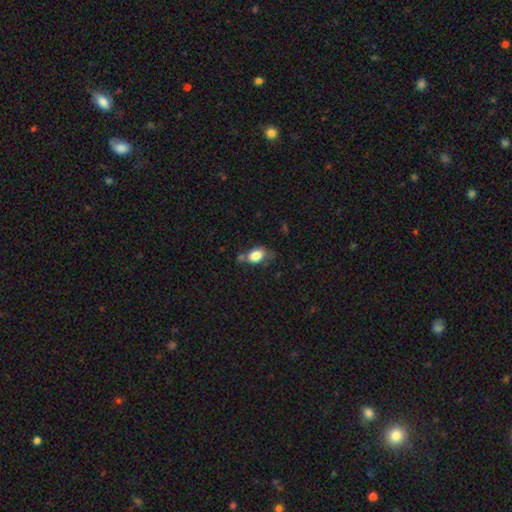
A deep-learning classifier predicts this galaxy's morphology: Smooth or featured: smooth — 81% (featured or disk — 11%)
How rounded: in between — 84% (round — 14%)
Merging: none — 49% (minor disturbance — 29%)